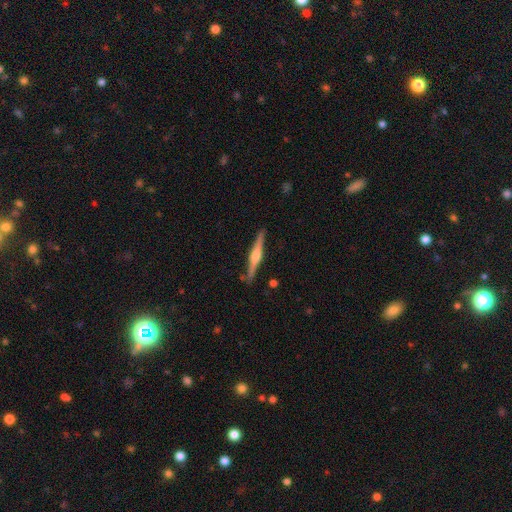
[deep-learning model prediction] Q: Smooth or featured?
A: featured or disk (78%); runner-up: smooth (17%)
Q: Edge-on disk?
A: yes (98%); runner-up: no (2%)
Q: Edge-on bulge?
A: rounded (89%); runner-up: boxy (8%)
Q: Merging?
A: none (88%); runner-up: minor disturbance (9%)